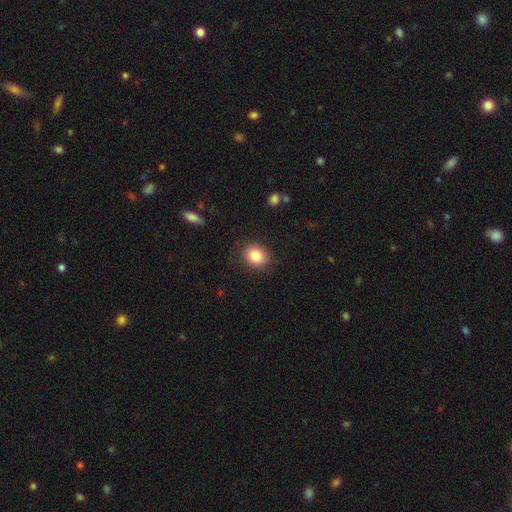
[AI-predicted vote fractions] smooth_or_featured: smooth (p=0.85) [alt: star or artifact p=0.09]
how_rounded: round (p=0.59) [alt: in between p=0.40]
merging: none (p=0.87) [alt: minor disturbance p=0.09]